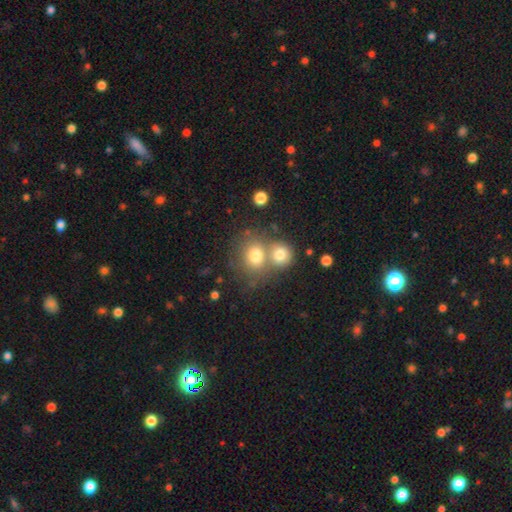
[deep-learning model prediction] Overall: smooth (75%). How rounded: round (73%). Merging: merger (48%; none 40%).